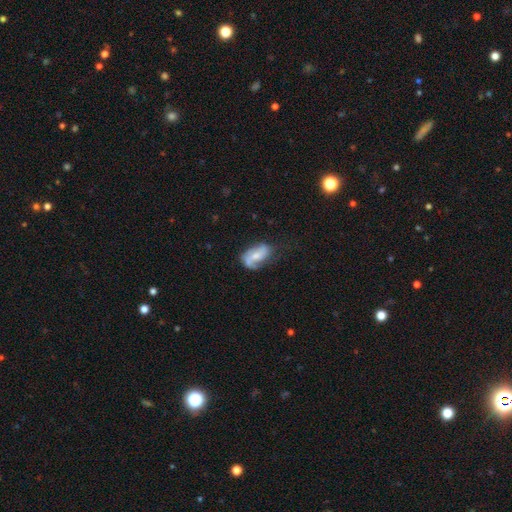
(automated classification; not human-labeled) The model was most divided on "bulge size": moderate: 43%, small: 41%, none: 9%, large: 5%, dominant: 1%. Remaining: edge-on disk — no (96%); spiral arms — yes (80%); smooth or featured — featured or disk (58%); bar — no (51%); merging — none (44%).